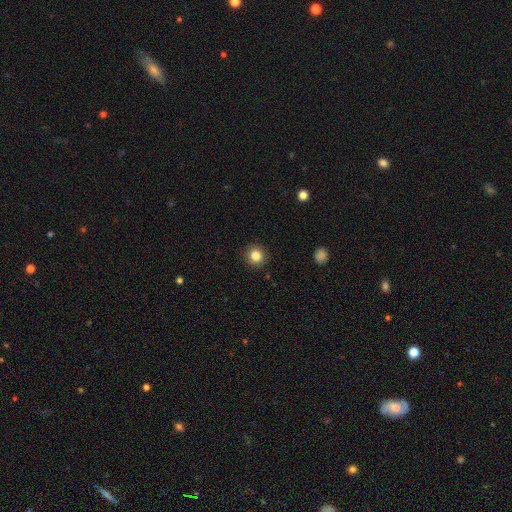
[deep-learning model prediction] smooth-or-featured: smooth: 83% | star or artifact: 11% | featured or disk: 5%
  how-rounded: round: 93% | in between: 6% | cigar-shaped: 1%
  merging: none: 92% | minor disturbance: 6% | major disturbance: 2% | merger: 1%